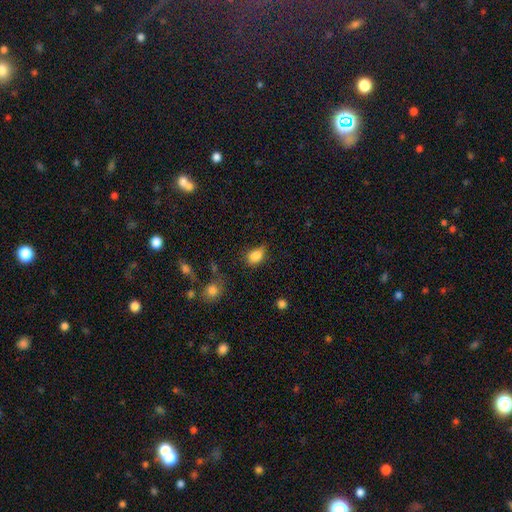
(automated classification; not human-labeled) Smooth or featured? smooth (83%)
How rounded? in between (71%)
Merging? none (50%)